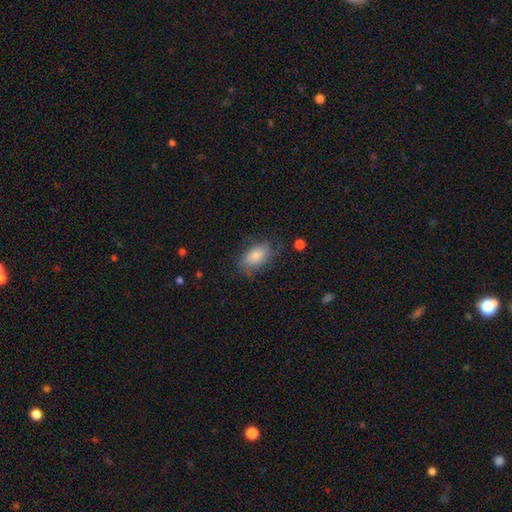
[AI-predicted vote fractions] Q: Smooth or featured?
A: smooth (77%); runner-up: featured or disk (16%)
Q: How rounded?
A: in between (91%); runner-up: round (7%)
Q: Merging?
A: none (63%); runner-up: minor disturbance (24%)